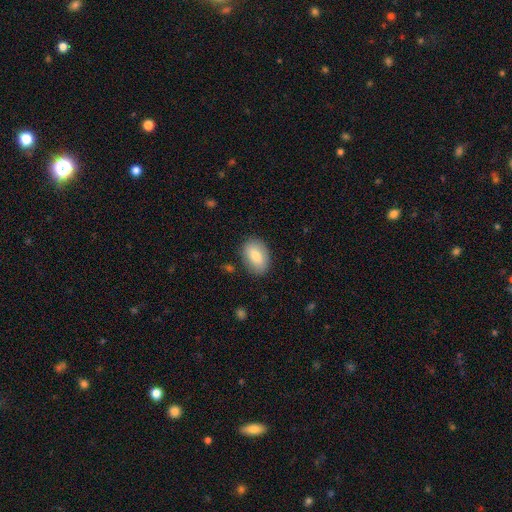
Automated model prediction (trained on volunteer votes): Smooth or featured? Predicted: smooth (p=0.79). How rounded? Predicted: in between (p=0.87). Merging? Predicted: none (p=0.85).